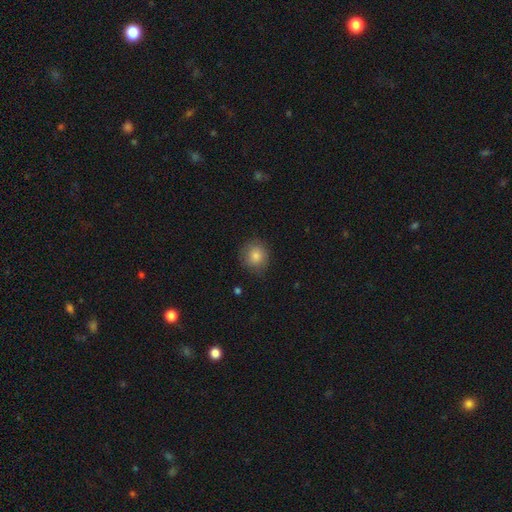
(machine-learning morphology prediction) This appears to be a smooth galaxy with no disk features (82%) that is round (85%). Merging: none (81%).